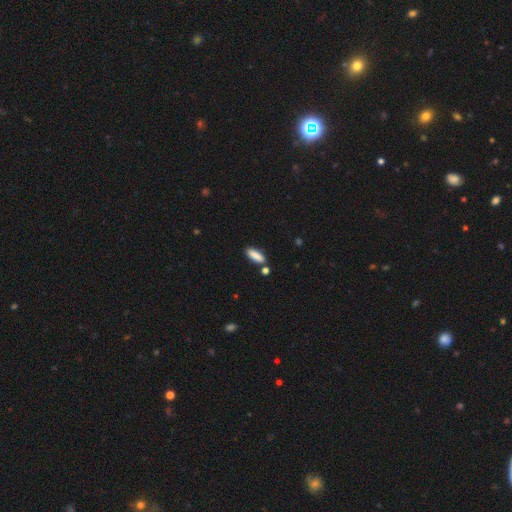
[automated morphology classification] Smooth or featured? smooth (87%)
How rounded? cigar-shaped (49%, tied with in between)
Merging? none (80%)